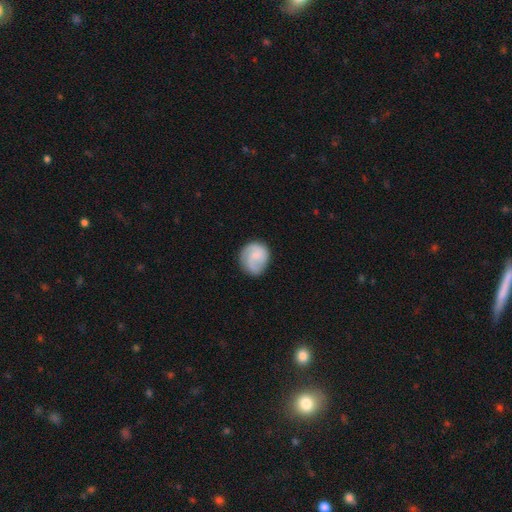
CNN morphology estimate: type=smooth (52%); roundness=round (76%); merging=none (71%).